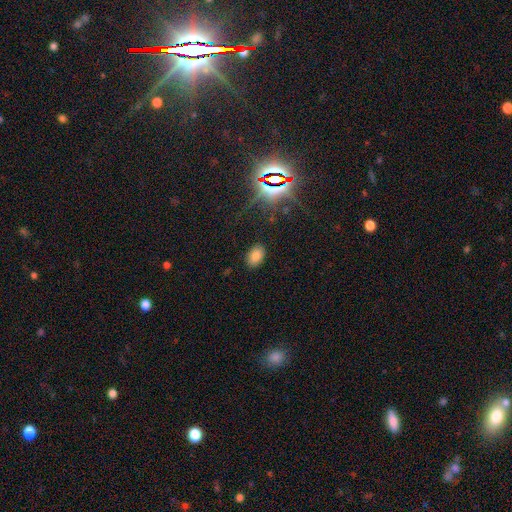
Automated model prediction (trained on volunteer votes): This is likely a smooth galaxy (77%). How rounded: clearly in between (86%). Merging: clearly none (87%).